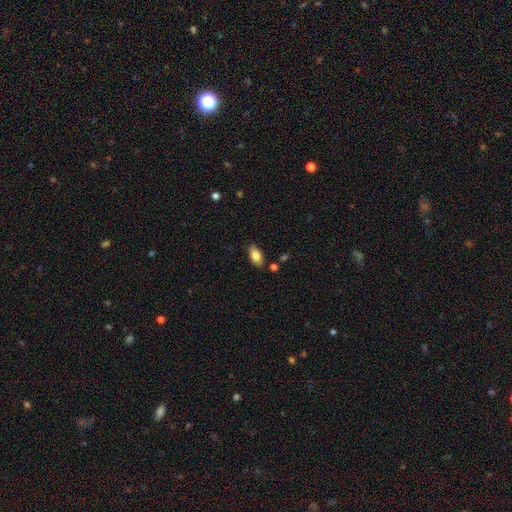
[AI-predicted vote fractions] A smooth galaxy with no disk features (83%) that is in between round and cigar-shaped (92%). Merging: none (81%).